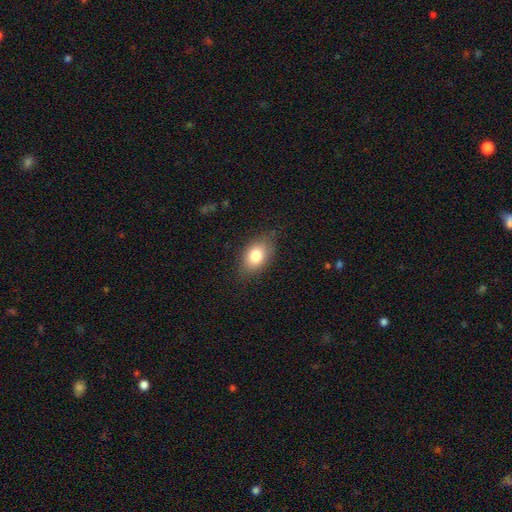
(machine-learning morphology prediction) Smooth or featured?
  - smooth: 80% *
  - featured or disk: 12%
  - star or artifact: 8%
How rounded?
  - in between: 84% *
  - round: 14%
  - cigar-shaped: 2%
Merging?
  - none: 79% *
  - minor disturbance: 16%
  - major disturbance: 4%
  - merger: 1%